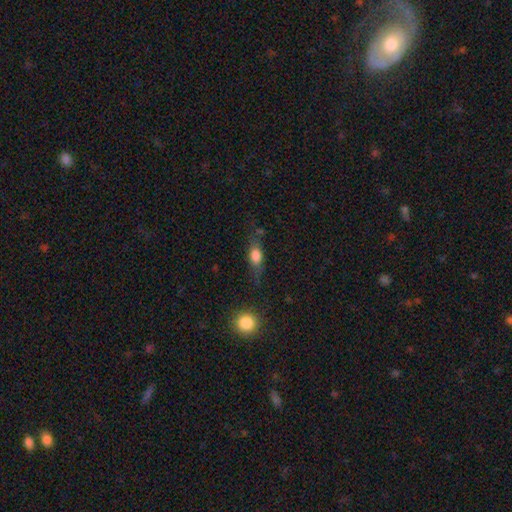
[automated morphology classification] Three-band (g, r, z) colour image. It shows a smooth galaxy with no disk features (68%) that is in between round and cigar-shaped (64%). Merging: none (63%).